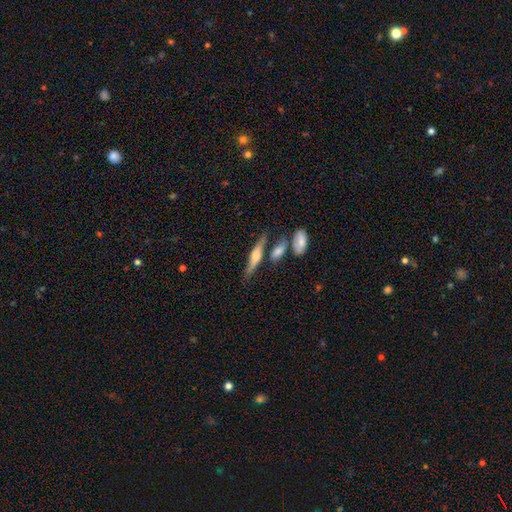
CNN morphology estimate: smooth_or_featured: featured or disk (p=0.63) [alt: smooth p=0.31]
disk_edge_on: yes (p=0.92) [alt: no p=0.08]
edge_on_bulge: rounded (p=0.83) [alt: boxy p=0.12]
merging: none (p=0.68) [alt: minor disturbance p=0.15]